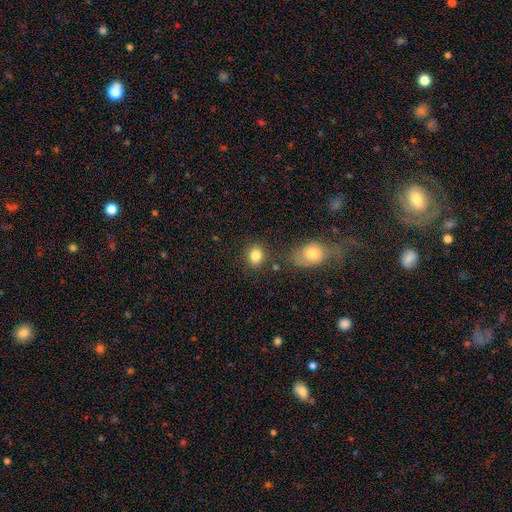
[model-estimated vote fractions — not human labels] smooth_or_featured: smooth (p=0.84) [alt: star or artifact p=0.10]
how_rounded: round (p=0.63) [alt: in between p=0.36]
merging: none (p=0.78) [alt: minor disturbance p=0.11]